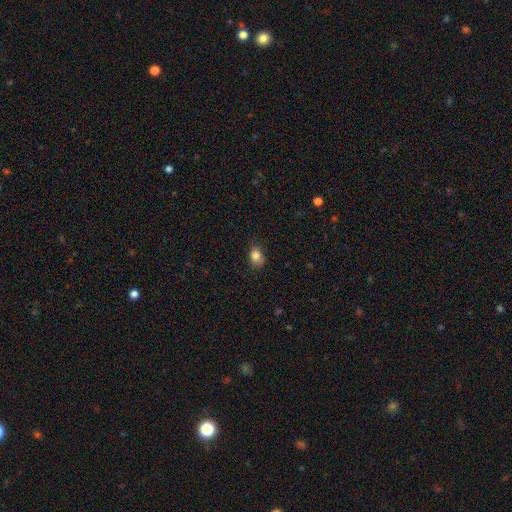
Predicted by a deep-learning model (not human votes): Smooth or featured? Predicted: smooth (p=0.83). How rounded? Predicted: in between (p=0.65). Merging? Predicted: none (p=0.72).